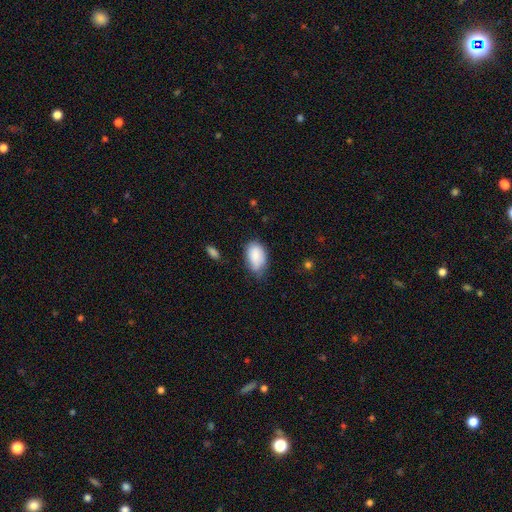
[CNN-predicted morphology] smooth 86%, featured or disk 8%, star or artifact 7%. Down the decision tree: how rounded — in between (92%); merging — none (56%).